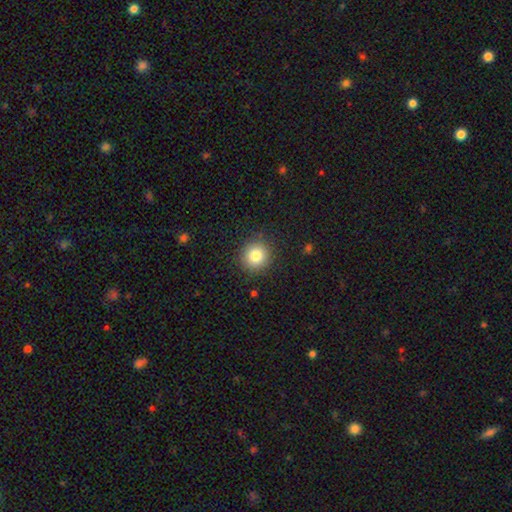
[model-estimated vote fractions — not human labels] Smooth or featured? smooth (82%)
How rounded? round (91%)
Merging? none (90%)